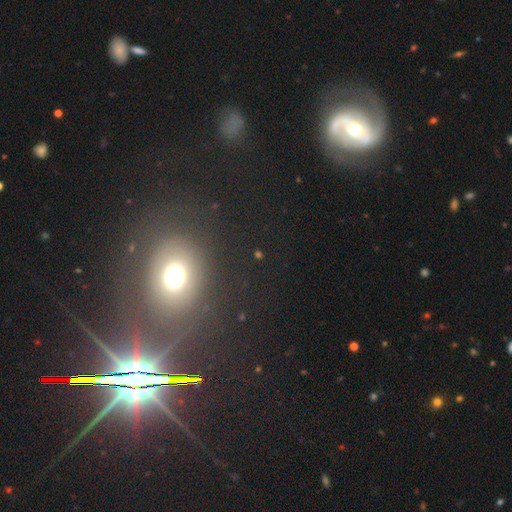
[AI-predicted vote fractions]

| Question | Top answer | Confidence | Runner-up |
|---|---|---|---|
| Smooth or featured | star or artifact | 37% | smooth (33%) |